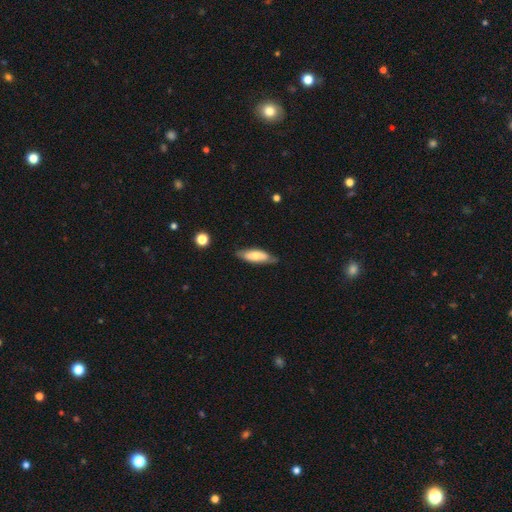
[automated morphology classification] smooth-or-featured: smooth: 64% | featured or disk: 30% | star or artifact: 6%
  how-rounded: in between: 58% | cigar-shaped: 40% | round: 2%
  merging: none: 77% | minor disturbance: 19% | major disturbance: 3% | merger: 1%